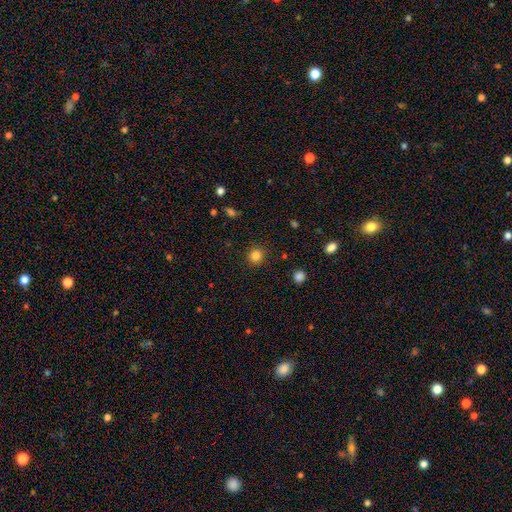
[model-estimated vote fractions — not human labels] A smooth galaxy with no disk features (83%) that is round (91%). Merging: none (90%).